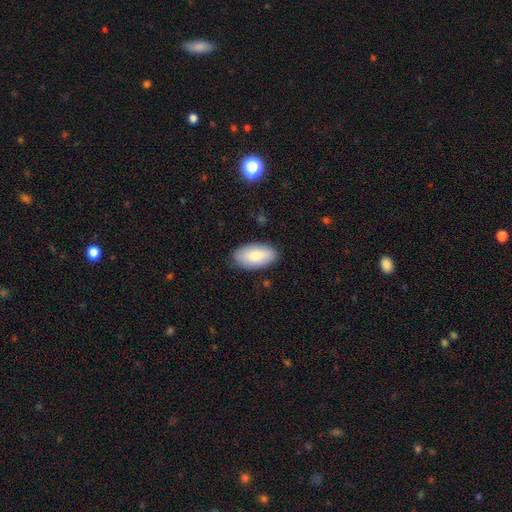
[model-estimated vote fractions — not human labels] Smooth or featured? smooth (81%)
How rounded? in between (95%)
Merging? none (86%)